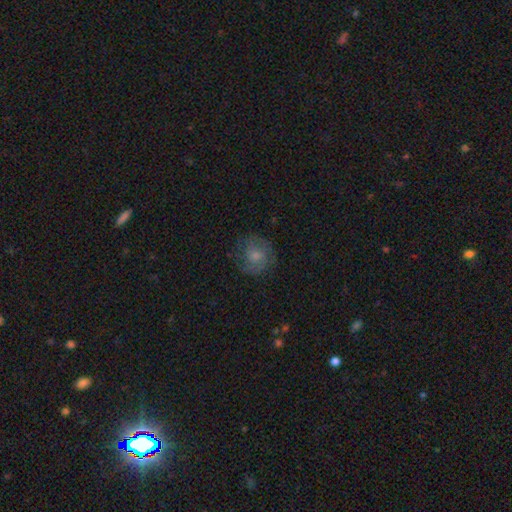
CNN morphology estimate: The model was most divided on "smooth or featured": smooth: 52%, featured or disk: 39%, star or artifact: 9%. More confident: how rounded — round (84%); merging — none (72%).